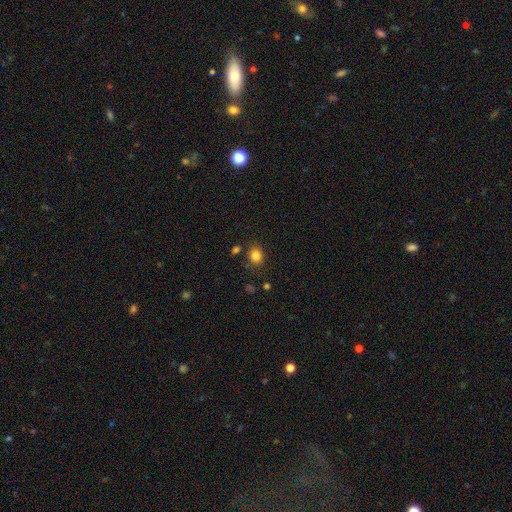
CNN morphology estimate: smooth 82%, star or artifact 12%, featured or disk 6%. Down the decision tree: how rounded — round (61%); merging — none (81%).